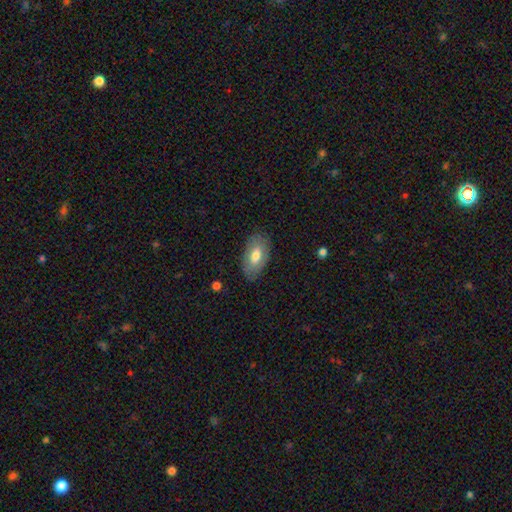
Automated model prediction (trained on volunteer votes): Q: Smooth or featured?
A: smooth (67%); runner-up: featured or disk (26%)
Q: How rounded?
A: in between (93%); runner-up: round (3%)
Q: Merging?
A: none (81%); runner-up: minor disturbance (14%)